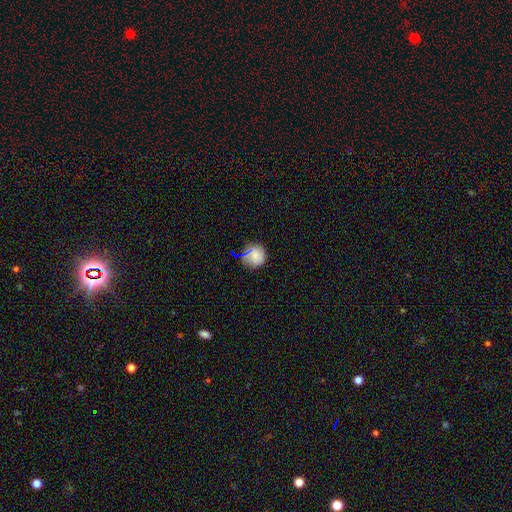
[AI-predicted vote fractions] Morphology: type=smooth (67%); roundness=round (88%); merging=none (69%).